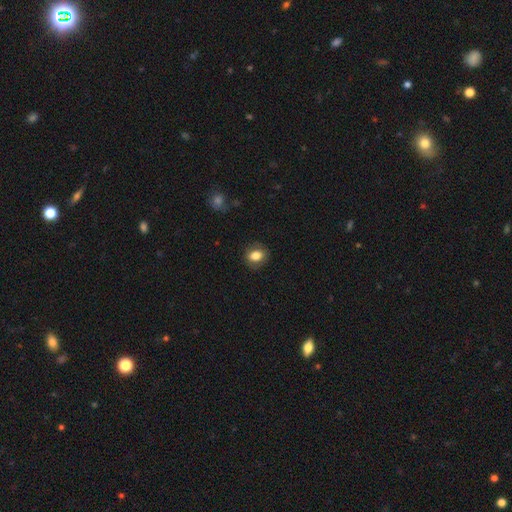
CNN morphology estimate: Smooth or featured?
  - smooth: 81% *
  - featured or disk: 10%
  - star or artifact: 9%
How rounded?
  - round: 50% *
  - in between: 49%
  - cigar-shaped: 1%
Merging?
  - none: 85% *
  - minor disturbance: 11%
  - major disturbance: 3%
  - merger: 1%